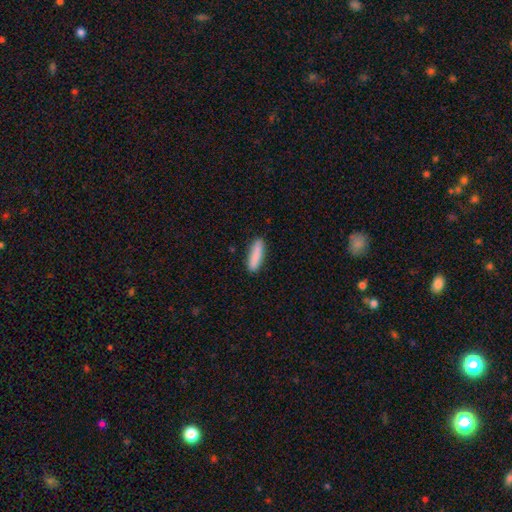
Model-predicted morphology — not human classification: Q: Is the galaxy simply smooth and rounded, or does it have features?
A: smooth — 88%.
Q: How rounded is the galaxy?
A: cigar-shaped — 69%.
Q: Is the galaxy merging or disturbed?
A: none — 88%.